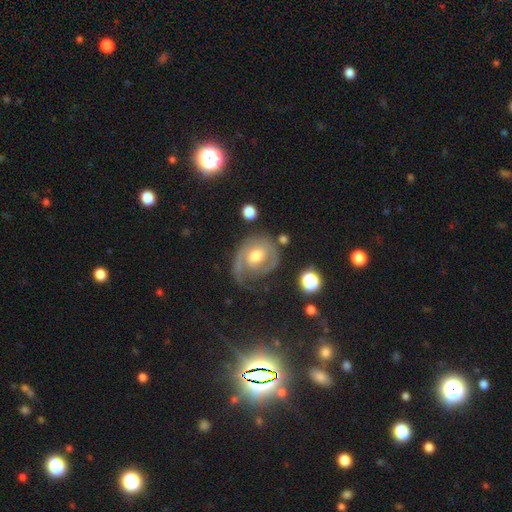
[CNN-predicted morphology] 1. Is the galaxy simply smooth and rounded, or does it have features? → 79% featured or disk, 14% smooth, 7% star or artifact.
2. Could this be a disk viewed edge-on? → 97% no, 3% yes.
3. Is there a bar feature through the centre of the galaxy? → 59% no, 34% weak, 7% strong.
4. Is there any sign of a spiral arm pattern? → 91% yes, 9% no.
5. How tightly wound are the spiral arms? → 50% tight, 36% medium, 13% loose.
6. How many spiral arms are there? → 40% 1, 38% 2, 15% can't tell, 4% 3, 2% 4, 2% more than 4.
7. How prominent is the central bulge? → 69% moderate, 21% small, 8% large, 2% none, 1% dominant.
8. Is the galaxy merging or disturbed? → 53% none, 24% minor disturbance, 20% major disturbance, 4% merger.